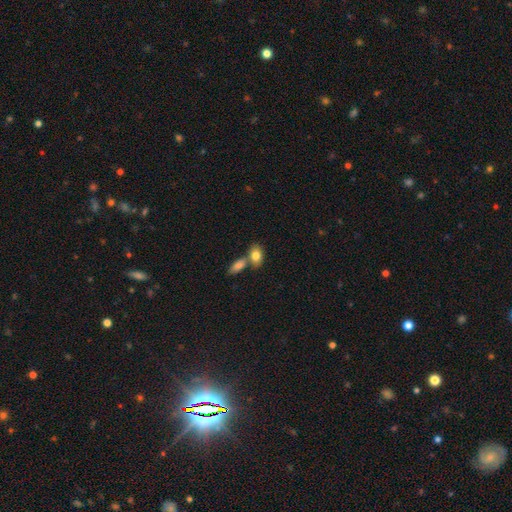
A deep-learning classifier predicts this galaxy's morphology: Q: Smooth or featured?
A: smooth (82%); runner-up: featured or disk (11%)
Q: How rounded?
A: in between (85%); runner-up: round (12%)
Q: Merging?
A: none (44%); runner-up: merger (43%)